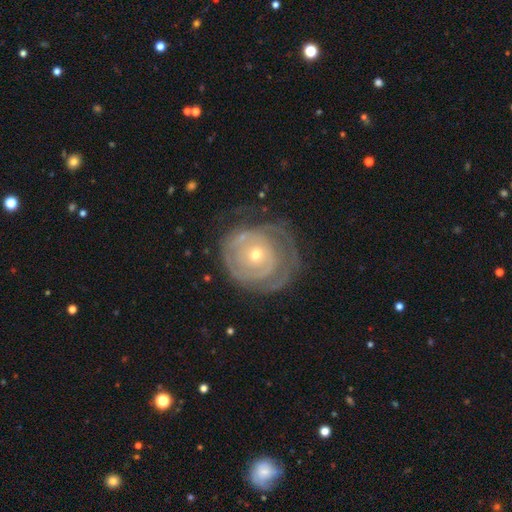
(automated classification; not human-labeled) Smooth or featured? Predicted: featured or disk (p=0.80). Edge-on disk? Predicted: no (p=0.97). Bar? Predicted: no (p=0.82). Spiral arms? Predicted: yes (p=0.85). Spiral winding? Predicted: tight (p=0.80). Spiral arm count? Predicted: can't tell (p=0.44). Bulge size? Predicted: small (p=0.62). Merging? Predicted: none (p=0.63).